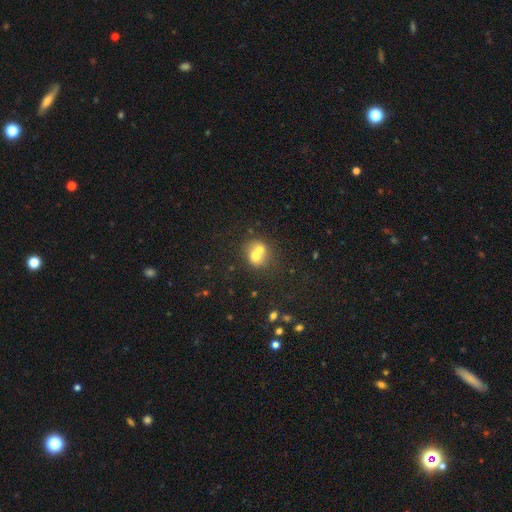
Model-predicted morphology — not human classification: Smooth or featured? Predicted: smooth (p=0.64). How rounded? Predicted: round (p=0.72). Merging? Predicted: merger (p=0.61).